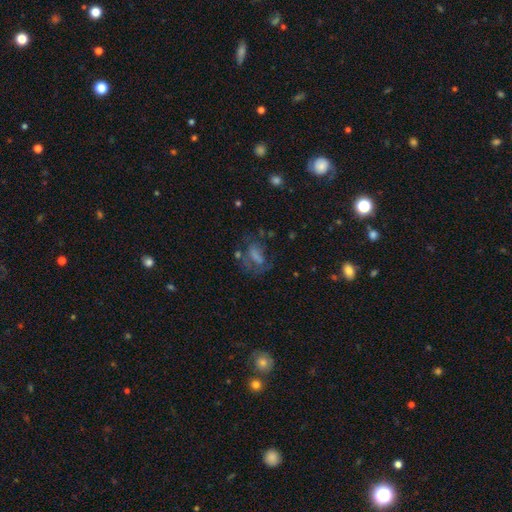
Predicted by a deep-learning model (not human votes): Smooth or featured? smooth (53%)
How rounded? in between (74%)
Merging? none (36%)